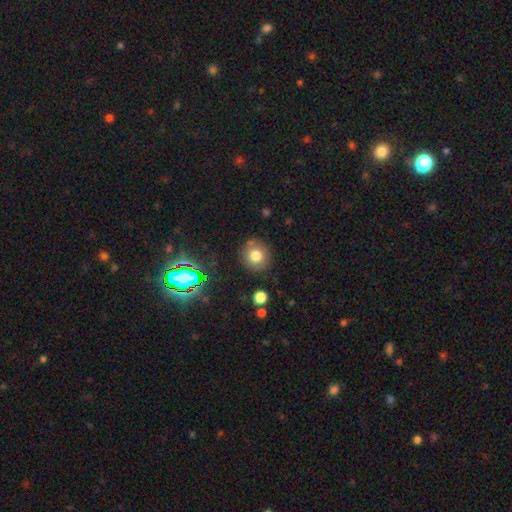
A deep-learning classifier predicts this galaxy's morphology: Q: Smooth or featured?
A: smooth (75%); runner-up: star or artifact (14%)
Q: How rounded?
A: round (87%); runner-up: in between (12%)
Q: Merging?
A: none (82%); runner-up: minor disturbance (11%)